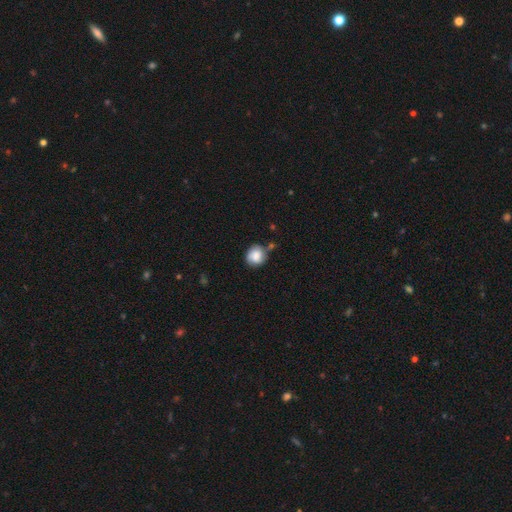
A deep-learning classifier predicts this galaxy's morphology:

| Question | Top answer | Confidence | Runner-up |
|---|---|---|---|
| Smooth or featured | smooth | 77% | featured or disk (15%) |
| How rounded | round | 78% | in between (21%) |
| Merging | none | 64% | minor disturbance (22%) |